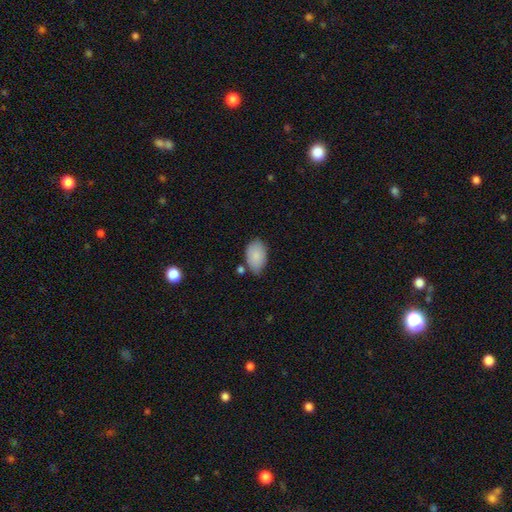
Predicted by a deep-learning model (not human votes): smooth_or_featured: smooth (p=0.87) [alt: featured or disk p=0.07]
how_rounded: in between (p=0.92) [alt: round p=0.07]
merging: none (p=0.65) [alt: minor disturbance p=0.24]